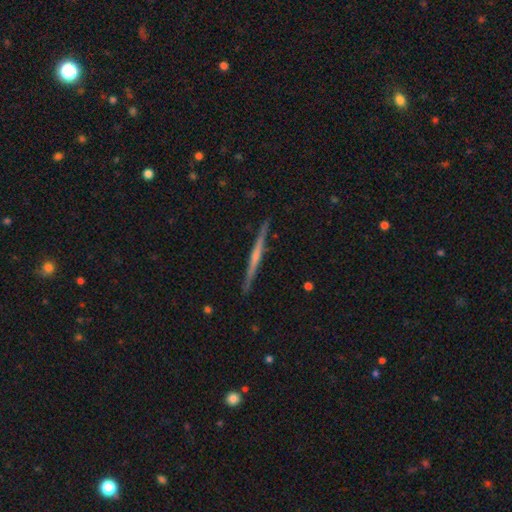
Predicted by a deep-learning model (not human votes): Overall: featured or disk (71%). Edge-on disk: yes (97%). Edge-on bulge: rounded (58%; none 32%). Merging: none (90%).